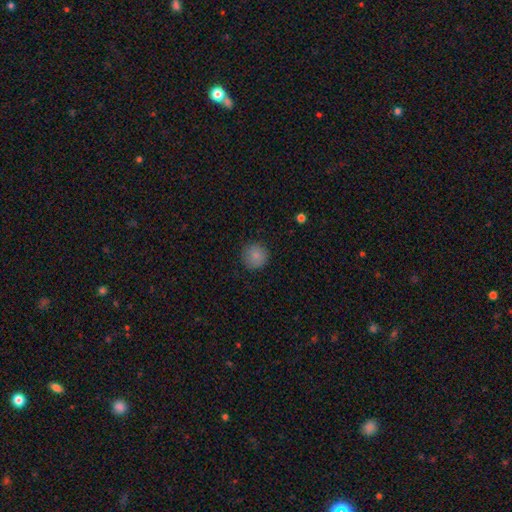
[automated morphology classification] Smooth or featured: smooth — 84% (star or artifact — 10%)
How rounded: round — 94% (in between — 5%)
Merging: none — 87% (minor disturbance — 9%)